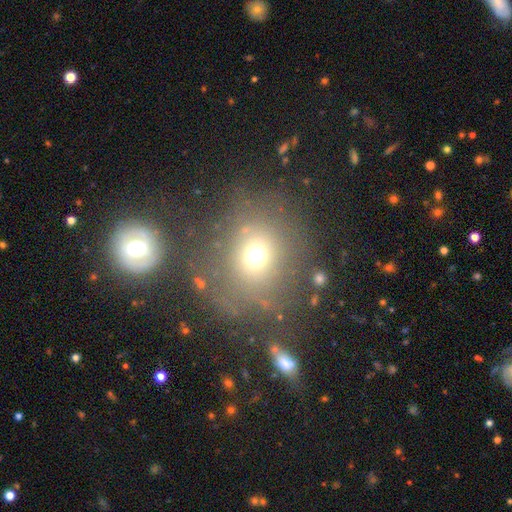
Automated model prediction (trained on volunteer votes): The model was most divided on "smooth or featured": smooth: 64%, star or artifact: 21%, featured or disk: 15%. More confident: how rounded — round (79%); merging — none (67%).